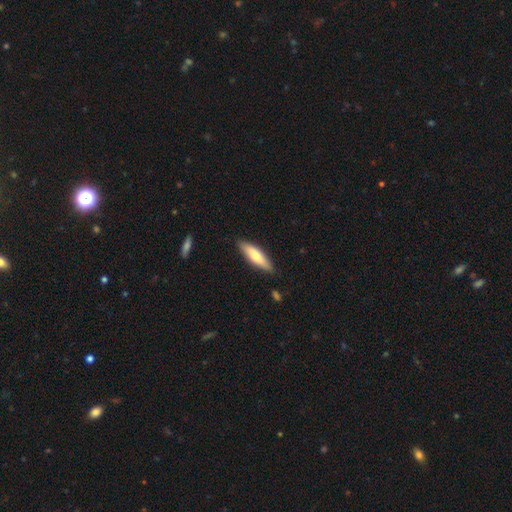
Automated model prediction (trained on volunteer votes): Smooth or featured?
  - smooth: 71% *
  - featured or disk: 24%
  - star or artifact: 5%
How rounded?
  - cigar-shaped: 60% *
  - in between: 39%
  - round: 2%
Merging?
  - none: 85% *
  - minor disturbance: 12%
  - major disturbance: 2%
  - merger: 1%